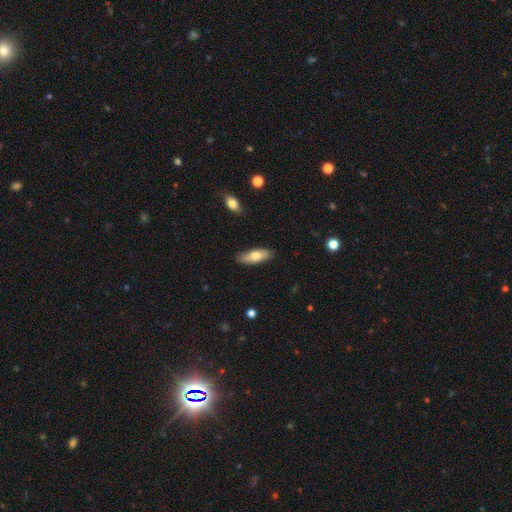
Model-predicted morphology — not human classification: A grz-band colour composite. It shows a smooth galaxy with no disk features (71%) that is in between round and cigar-shaped (71%). Merging: none (85%).